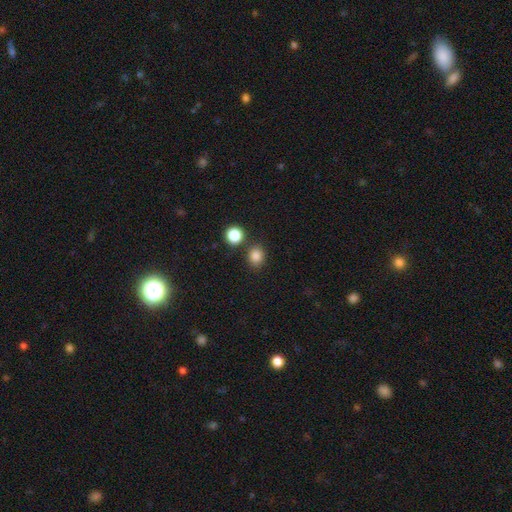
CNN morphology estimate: A smooth galaxy with no disk features (84%) that is round (71%). Merging: none (81%).